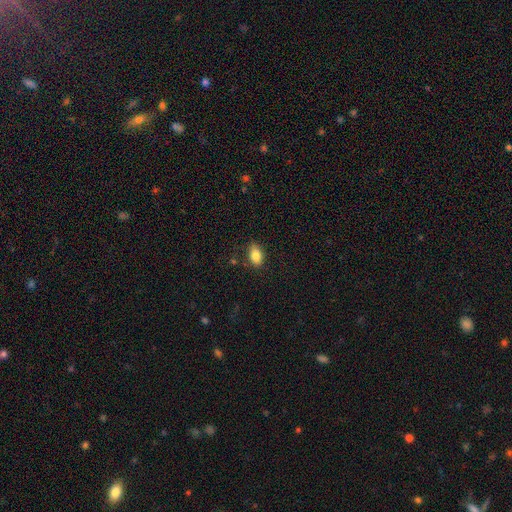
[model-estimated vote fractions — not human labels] Smooth or featured?
  - smooth: 83% *
  - featured or disk: 8%
  - star or artifact: 8%
How rounded?
  - in between: 87% *
  - round: 10%
  - cigar-shaped: 3%
Merging?
  - none: 81% *
  - minor disturbance: 14%
  - major disturbance: 3%
  - merger: 2%